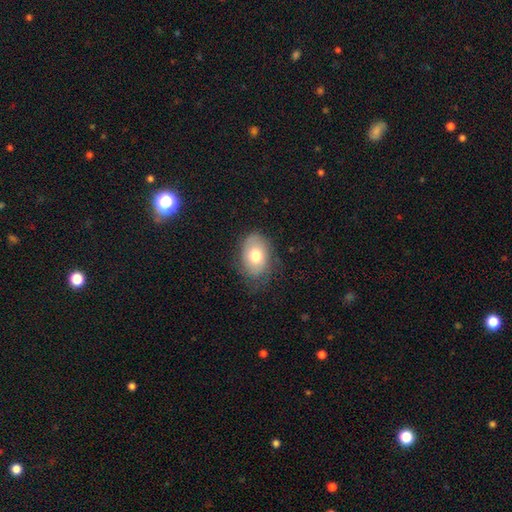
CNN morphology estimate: Overall: smooth (68%). How rounded: in between (76%). Merging: none (65%).